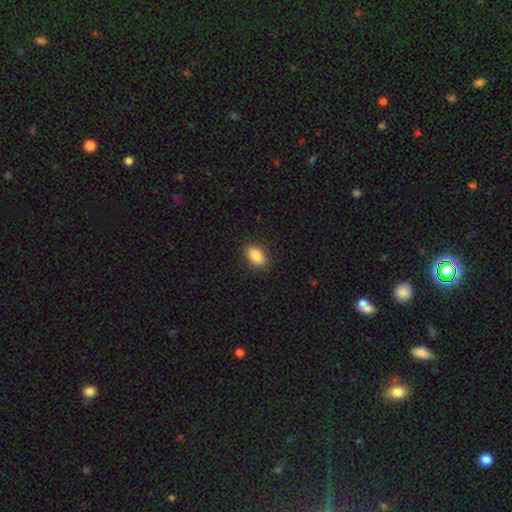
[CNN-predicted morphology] smooth_or_featured: smooth (p=0.88) [alt: star or artifact p=0.07]
how_rounded: in between (p=0.88) [alt: round p=0.10]
merging: none (p=0.88) [alt: minor disturbance p=0.09]